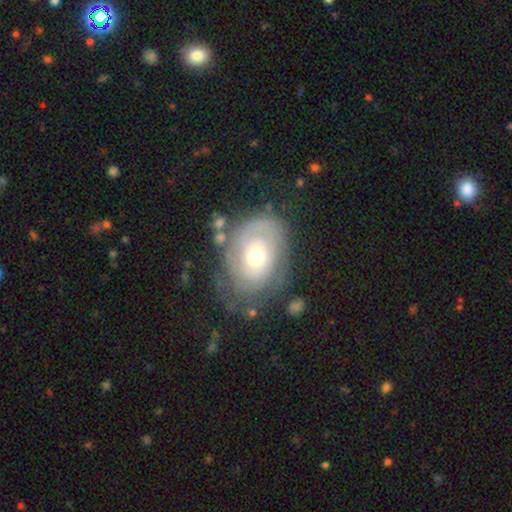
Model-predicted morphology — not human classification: A featured or disk galaxy (69%) with no bar (82%), spiral arms (75%) and a moderate central bulge (66%).

Vote fractions:
- Smooth or featured? featured or disk: 69% / smooth: 24% / star or artifact: 7%
- Edge-on disk? no: 95% / yes: 5%
- Bar? no: 82% / weak: 15% / strong: 3%
- Spiral arms? yes: 75% / no: 25%
- Bulge size? moderate: 66% / small: 24% / large: 7% / dominant: 1% / none: 1%
- Merging? none: 64% / minor disturbance: 21% / major disturbance: 12% / merger: 3%